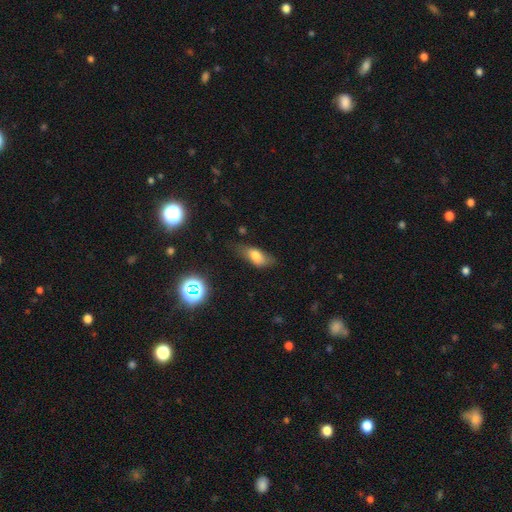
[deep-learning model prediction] A smooth galaxy with no disk features (70%) that is in between round and cigar-shaped (82%). Merging: none (55%).